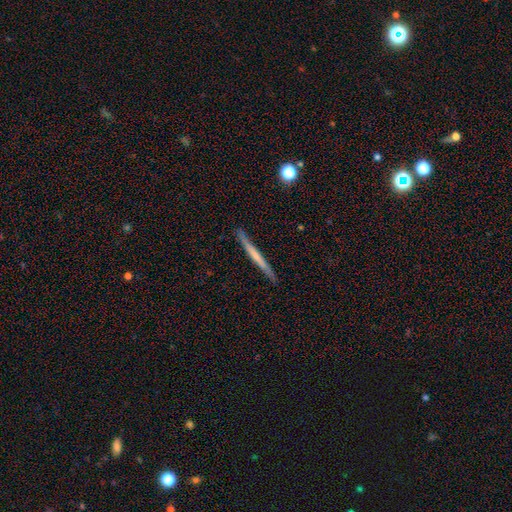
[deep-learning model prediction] Smooth or featured? featured or disk (49%)
Merging? none (88%)